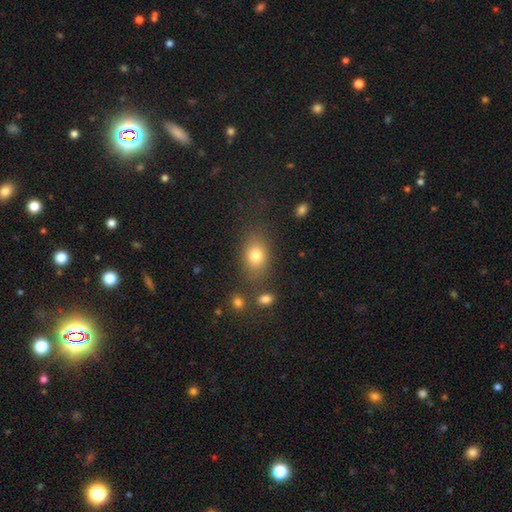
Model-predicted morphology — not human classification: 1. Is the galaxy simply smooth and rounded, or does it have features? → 79% smooth, 11% star or artifact, 10% featured or disk.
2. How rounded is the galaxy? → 72% in between, 26% round, 2% cigar-shaped.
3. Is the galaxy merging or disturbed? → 76% none, 14% minor disturbance, 6% major disturbance, 5% merger.